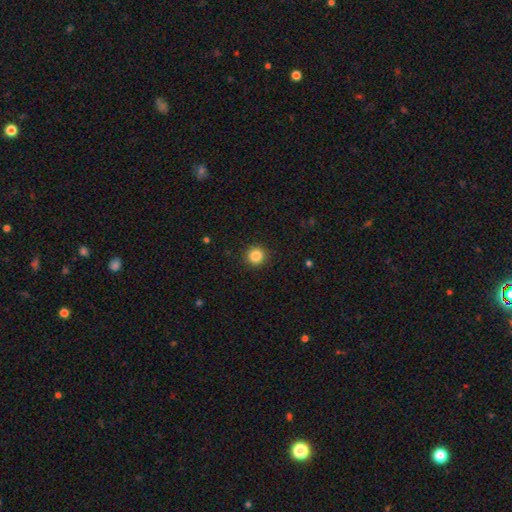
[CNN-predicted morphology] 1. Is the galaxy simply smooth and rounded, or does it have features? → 85% smooth, 11% star or artifact, 4% featured or disk.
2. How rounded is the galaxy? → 92% round, 7% in between, 1% cigar-shaped.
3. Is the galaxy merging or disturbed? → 91% none, 6% minor disturbance, 2% major disturbance, 1% merger.